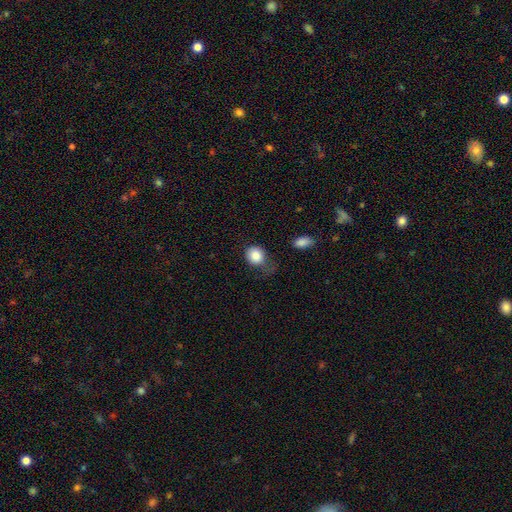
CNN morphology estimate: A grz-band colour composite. It shows a smooth galaxy with no disk features (84%) that is round (72%). Merging: none (52%).